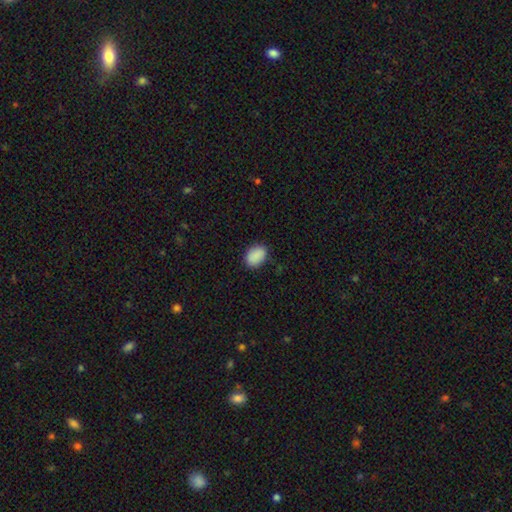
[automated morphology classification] Smooth or featured: smooth — 89% (star or artifact — 7%)
How rounded: in between — 81% (round — 18%)
Merging: none — 81% (minor disturbance — 15%)